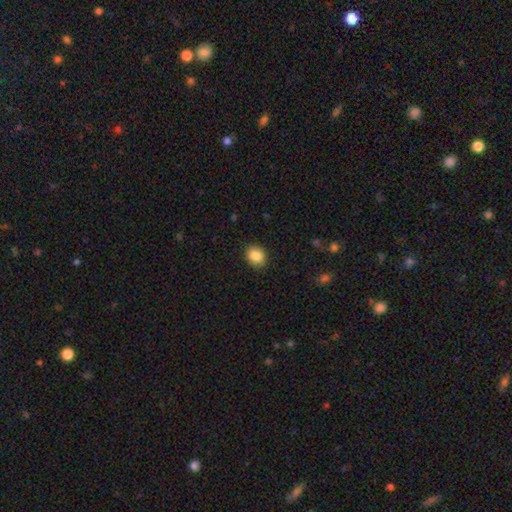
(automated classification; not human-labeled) The model was most divided on "how rounded": round: 60%, in between: 39%, cigar-shaped: 1%. More confident: merging — none (88%); smooth or featured — smooth (86%).